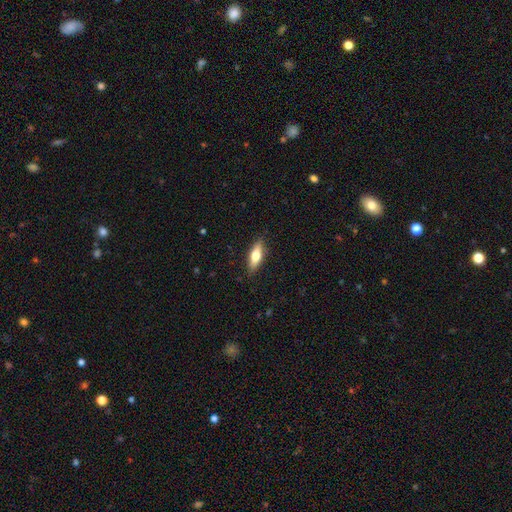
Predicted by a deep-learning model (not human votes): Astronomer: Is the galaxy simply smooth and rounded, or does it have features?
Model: smooth — 60%.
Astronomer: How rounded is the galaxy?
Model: in between — 58% (runner-up: cigar-shaped, 39%).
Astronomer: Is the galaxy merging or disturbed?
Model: none — 87%.